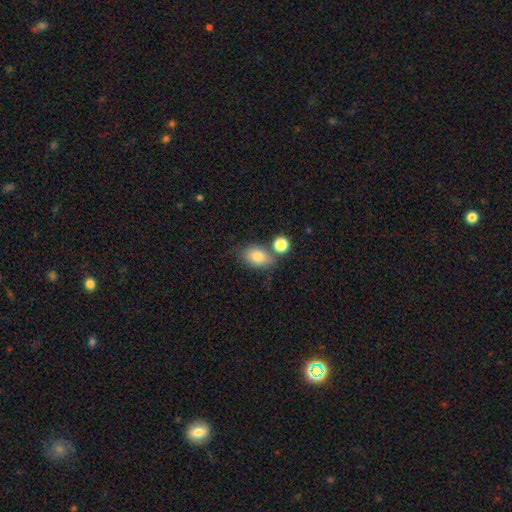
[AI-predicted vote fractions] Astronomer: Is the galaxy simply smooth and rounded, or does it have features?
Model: smooth — 82%.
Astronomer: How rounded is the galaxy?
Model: in between — 81%.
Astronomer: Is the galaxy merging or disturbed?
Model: none — 61%.